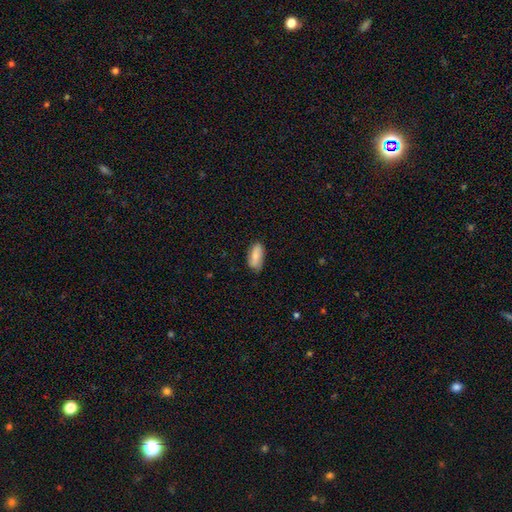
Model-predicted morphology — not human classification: smooth-or-featured: smooth: 72% | featured or disk: 21% | star or artifact: 7%
  how-rounded: in between: 88% | cigar-shaped: 9% | round: 3%
  merging: none: 71% | minor disturbance: 23% | major disturbance: 4% | merger: 1%